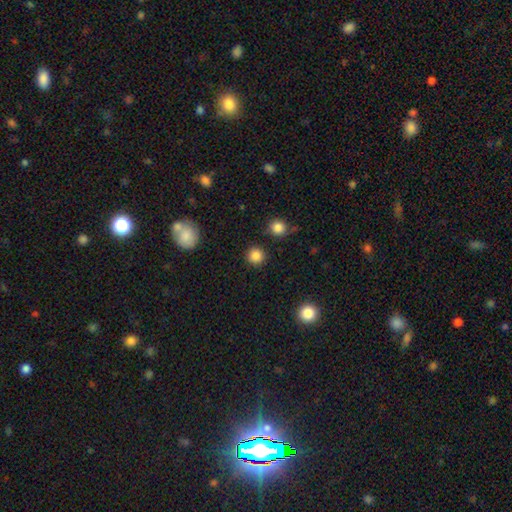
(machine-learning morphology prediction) Overall: smooth (85%). How rounded: round (94%). Merging: none (89%).